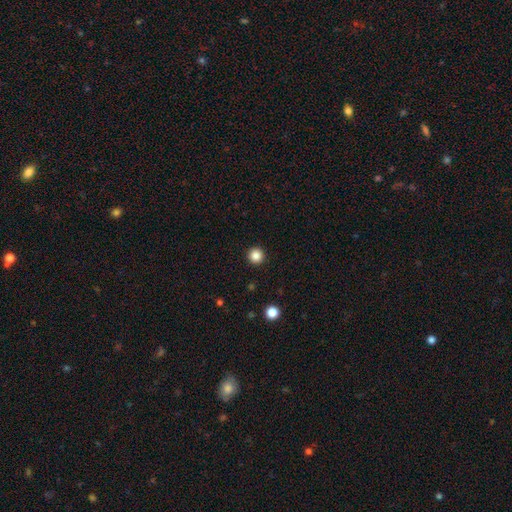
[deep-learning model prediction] Overall: smooth (85%). How rounded: round (96%). Merging: none (94%).